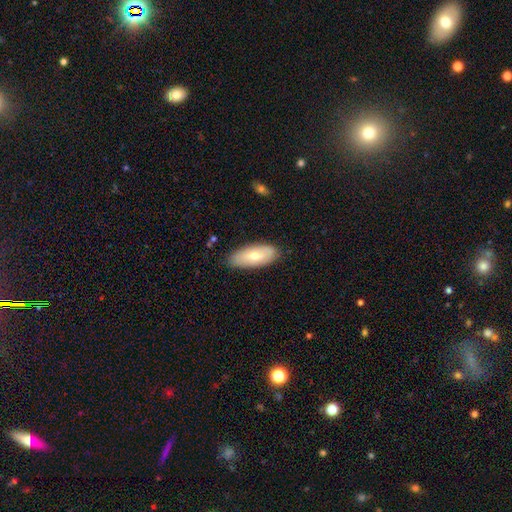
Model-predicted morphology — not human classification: Smooth or featured?
  - smooth: 64% *
  - featured or disk: 30%
  - star or artifact: 6%
How rounded?
  - in between: 85% *
  - cigar-shaped: 13%
  - round: 2%
Merging?
  - none: 85% *
  - minor disturbance: 12%
  - major disturbance: 2%
  - merger: 1%